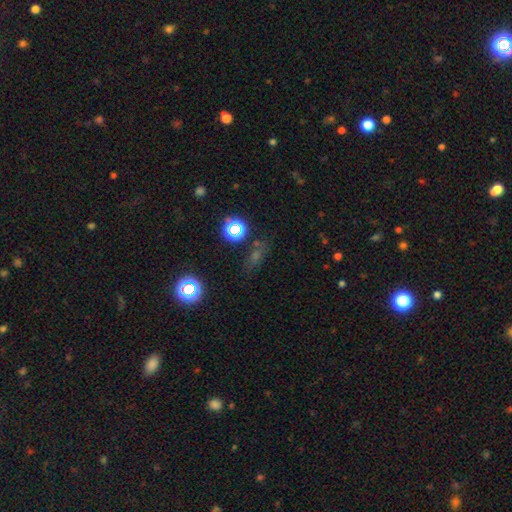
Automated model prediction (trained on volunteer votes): The model was most divided on "smooth or featured": star or artifact: 46%, smooth: 38%, featured or disk: 16%.